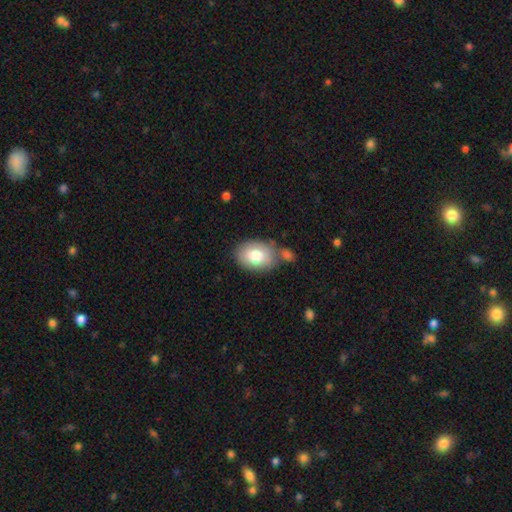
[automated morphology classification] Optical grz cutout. It shows a smooth galaxy with no disk features (79%) that is in between round and cigar-shaped (77%). Merging: none (65%).